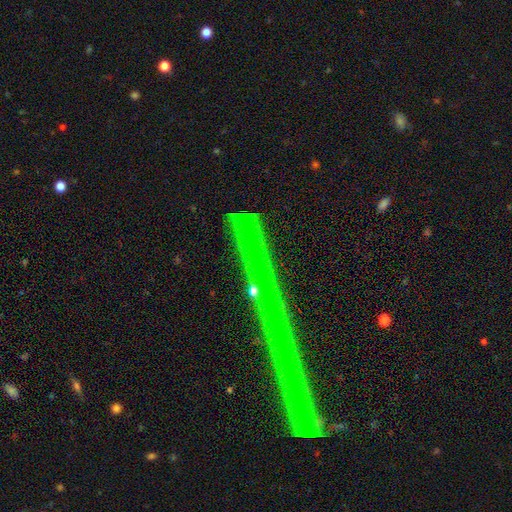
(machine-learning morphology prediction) Smooth or featured: star or artifact — 57% (featured or disk — 30%)